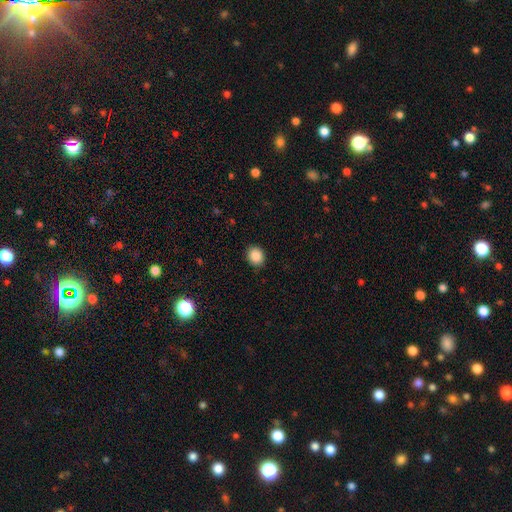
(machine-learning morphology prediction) A smooth galaxy with no disk features (88%) that is round (66%).

Vote fractions:
- Smooth or featured? smooth: 88% / star or artifact: 9% / featured or disk: 3%
- How rounded? round: 66% / in between: 33% / cigar-shaped: 1%
- Merging? none: 89% / minor disturbance: 7% / major disturbance: 2% / merger: 1%